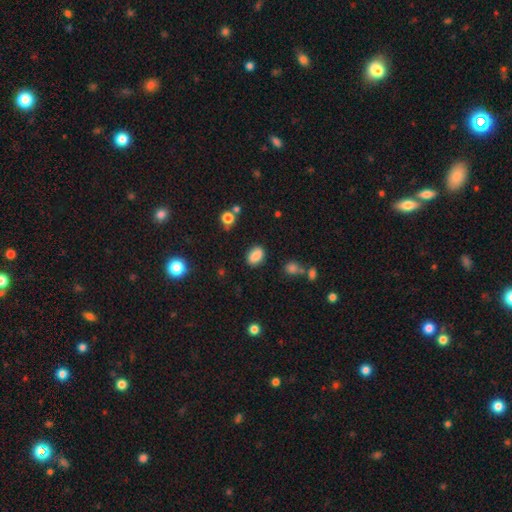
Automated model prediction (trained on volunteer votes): Morphology: type=smooth (85%); roundness=in between (79%); merging=none (85%).